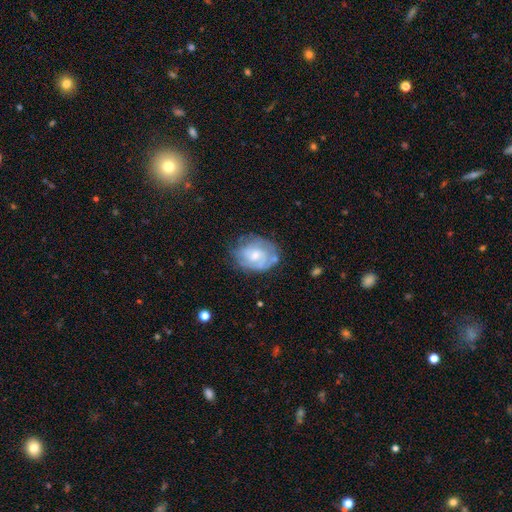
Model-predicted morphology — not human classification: A featured or disk galaxy (64%) with no bar (60%), spiral arms (78%) and a moderate central bulge (47%). Merging: none (64%).